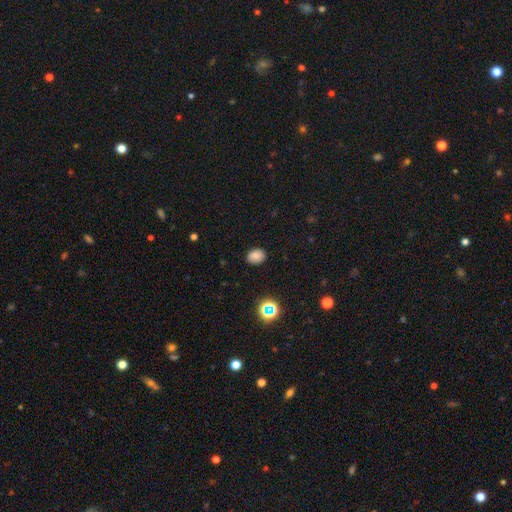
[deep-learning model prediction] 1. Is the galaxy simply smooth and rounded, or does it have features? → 80% smooth, 14% star or artifact, 6% featured or disk.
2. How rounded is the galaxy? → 63% in between, 36% round, 1% cigar-shaped.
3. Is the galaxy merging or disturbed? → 87% none, 10% minor disturbance, 2% major disturbance, 1% merger.